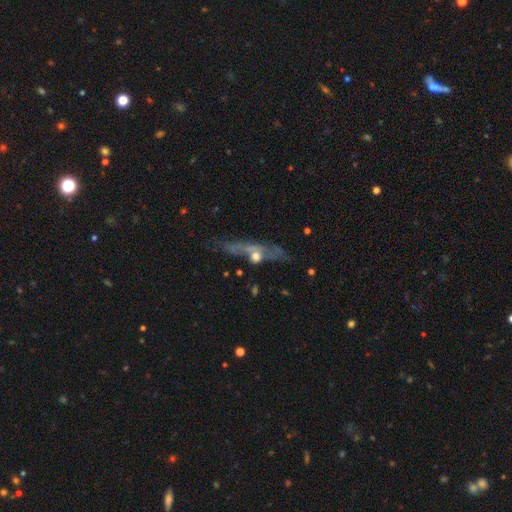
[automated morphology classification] type=featured or disk (58%); edge-on=yes (56%); merging=none (45%).